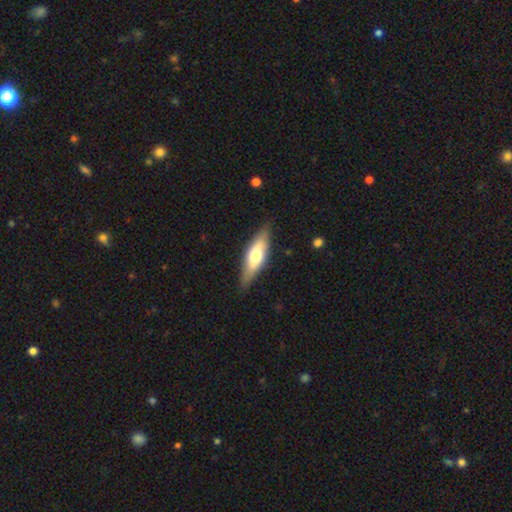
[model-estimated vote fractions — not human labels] Smooth or featured? Predicted: smooth (p=0.54). How rounded? Predicted: cigar-shaped (p=0.50). Merging? Predicted: none (p=0.83).